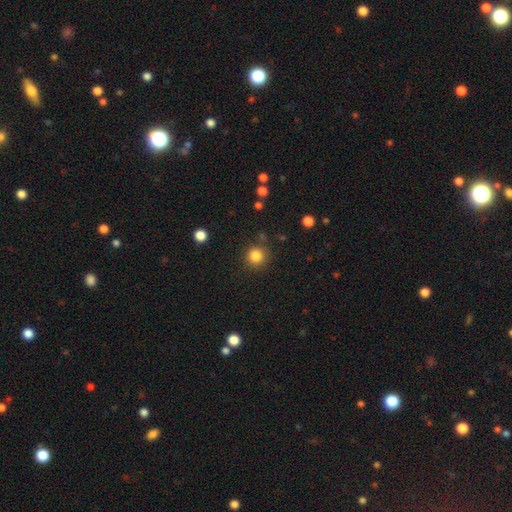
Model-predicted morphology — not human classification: type=smooth (84%); roundness=round (93%); merging=none (86%).